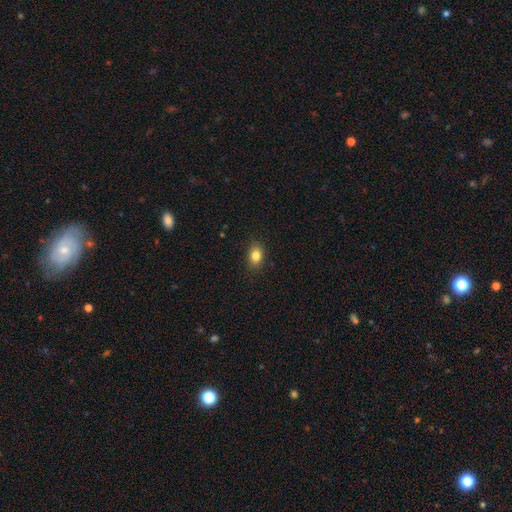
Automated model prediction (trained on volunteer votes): Overall: smooth (83%). How rounded: in between (72%). Merging: none (86%).